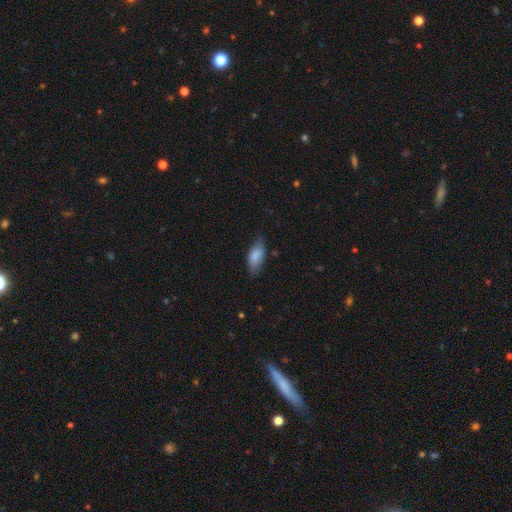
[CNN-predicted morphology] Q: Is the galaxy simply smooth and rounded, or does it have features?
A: smooth — 84%.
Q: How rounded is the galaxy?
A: in between — 86%.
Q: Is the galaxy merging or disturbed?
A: none — 71%.